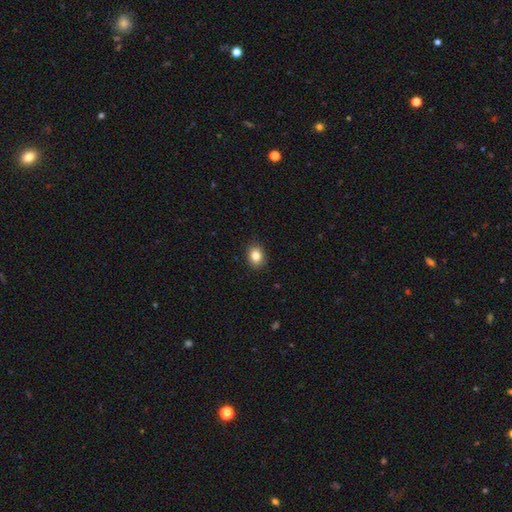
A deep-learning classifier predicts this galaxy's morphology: A smooth galaxy with no disk features (83%) that is in between round and cigar-shaped (56%).

Vote fractions:
- Smooth or featured? smooth: 83% / star or artifact: 10% / featured or disk: 7%
- How rounded? in between: 56% / round: 43% / cigar-shaped: 1%
- Merging? none: 89% / minor disturbance: 8% / major disturbance: 2% / merger: 1%